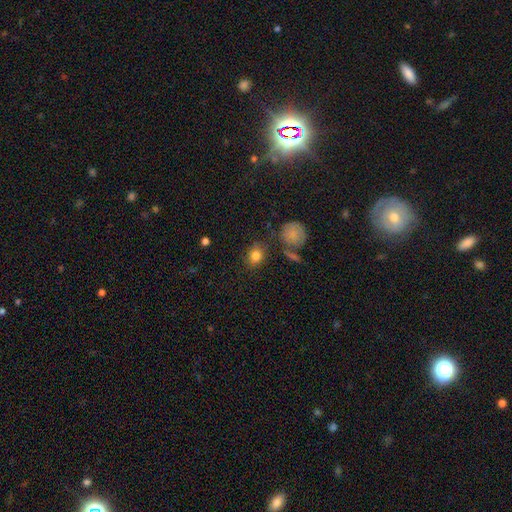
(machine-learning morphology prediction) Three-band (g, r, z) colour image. It shows a smooth galaxy with no disk features (81%) that is round (56%). Merging: none (78%).